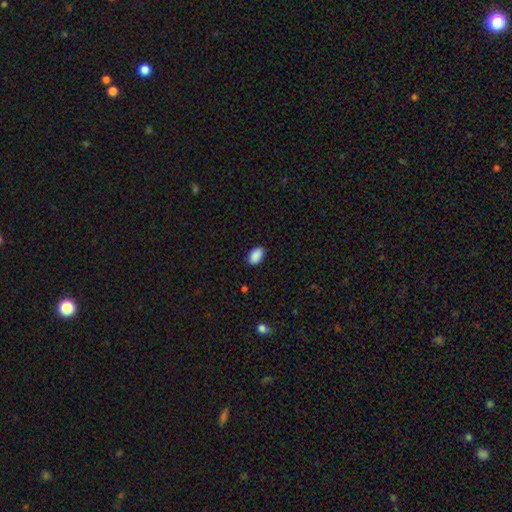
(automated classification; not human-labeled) The model was most divided on "merging": none: 88%, minor disturbance: 9%, major disturbance: 2%, merger: 1%. More confident: how rounded — in between (91%); smooth or featured — smooth (90%).